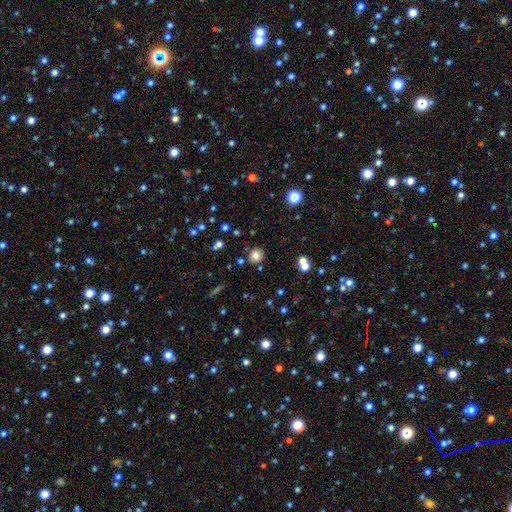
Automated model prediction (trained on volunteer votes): A smooth galaxy with no disk features (79%) that is round (89%).

Vote fractions:
- Smooth or featured? smooth: 79% / star or artifact: 13% / featured or disk: 7%
- How rounded? round: 89% / in between: 10% / cigar-shaped: 1%
- Merging? none: 84% / minor disturbance: 8% / merger: 5% / major disturbance: 3%